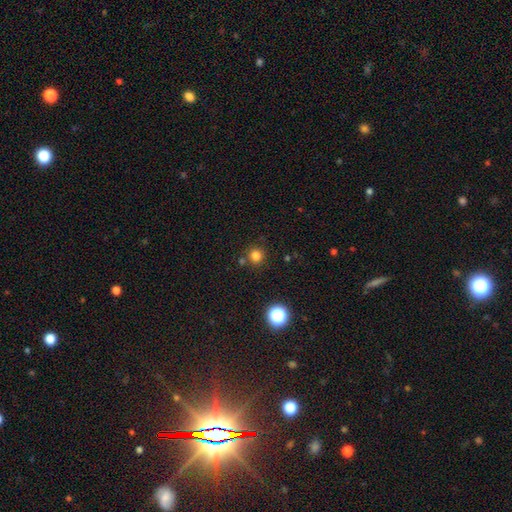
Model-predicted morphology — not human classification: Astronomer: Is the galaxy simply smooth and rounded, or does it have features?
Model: smooth — 79%.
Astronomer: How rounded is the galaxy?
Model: round — 94%.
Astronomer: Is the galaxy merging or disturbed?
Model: none — 81%.